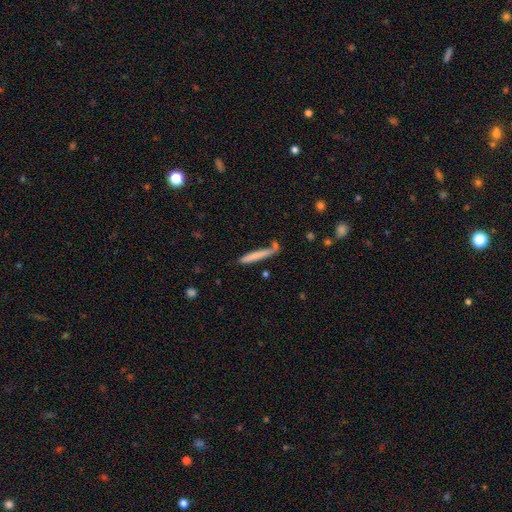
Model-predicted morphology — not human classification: This appears to be a smooth galaxy with no disk features (72%) that is cigar-shaped (95%). Merging: none (71%).